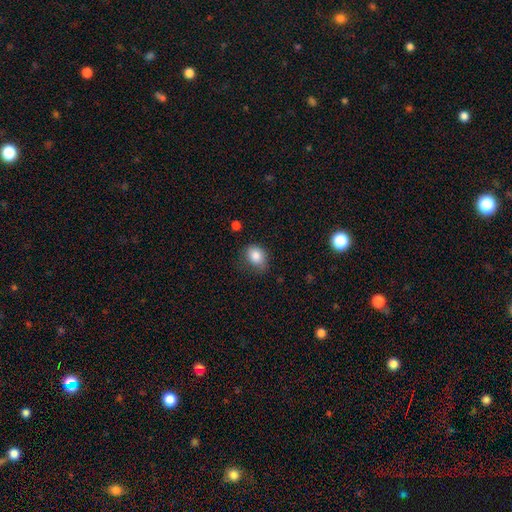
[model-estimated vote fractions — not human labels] Q: Smooth or featured?
A: smooth (84%); runner-up: star or artifact (9%)
Q: How rounded?
A: in between (61%); runner-up: round (38%)
Q: Merging?
A: none (61%); runner-up: minor disturbance (29%)